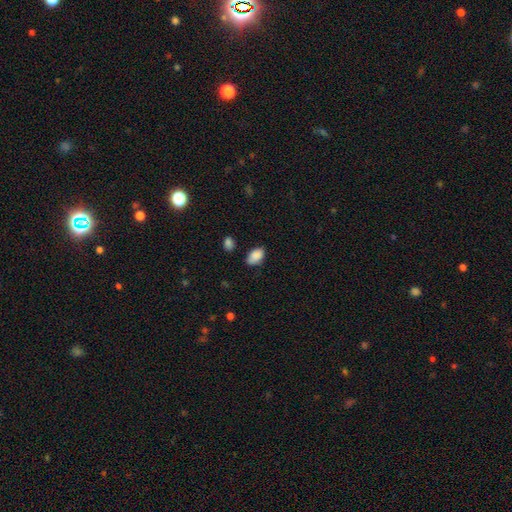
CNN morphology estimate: This appears to be a smooth galaxy with no disk features (87%) that is in between round and cigar-shaped (91%). Merging: none (68%).